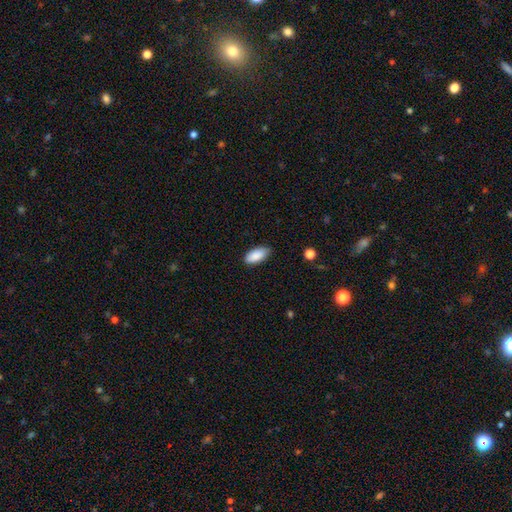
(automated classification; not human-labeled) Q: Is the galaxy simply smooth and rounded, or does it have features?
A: smooth — 89%.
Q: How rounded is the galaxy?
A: in between — 90%.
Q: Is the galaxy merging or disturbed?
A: none — 85%.